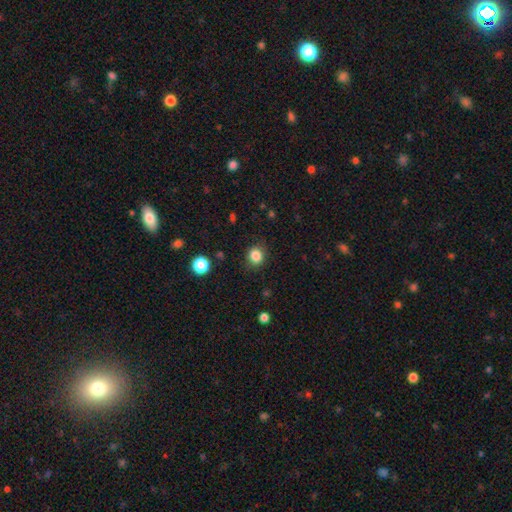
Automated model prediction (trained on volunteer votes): Smooth or featured?
  - smooth: 85% *
  - star or artifact: 11%
  - featured or disk: 4%
How rounded?
  - round: 76% *
  - in between: 24%
  - cigar-shaped: 1%
Merging?
  - none: 83% *
  - minor disturbance: 12%
  - major disturbance: 4%
  - merger: 1%